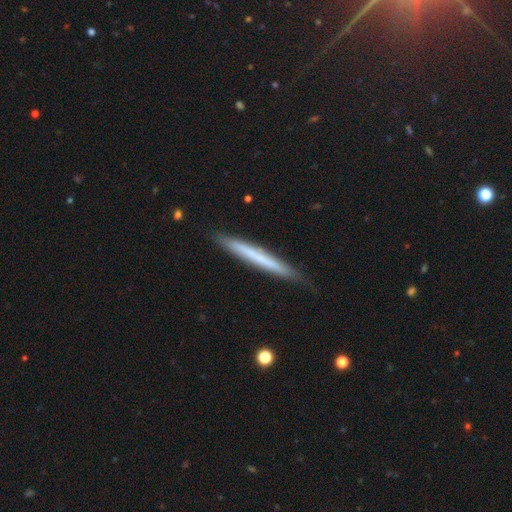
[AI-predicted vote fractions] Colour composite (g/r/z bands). It shows a smooth galaxy with no disk features (53%) that is cigar-shaped (97%). Merging: none (87%).